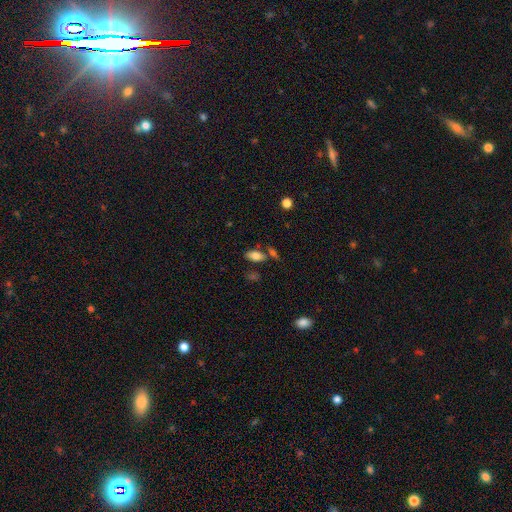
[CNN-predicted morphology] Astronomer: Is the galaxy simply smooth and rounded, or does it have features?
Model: smooth — 80%.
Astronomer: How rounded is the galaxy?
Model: in between — 90%.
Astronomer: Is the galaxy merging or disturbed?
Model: none — 66%.